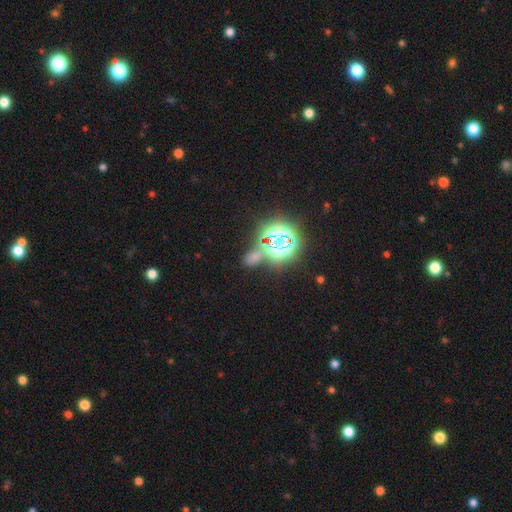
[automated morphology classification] Smooth or featured?
  - star or artifact: 71% *
  - smooth: 19%
  - featured or disk: 9%